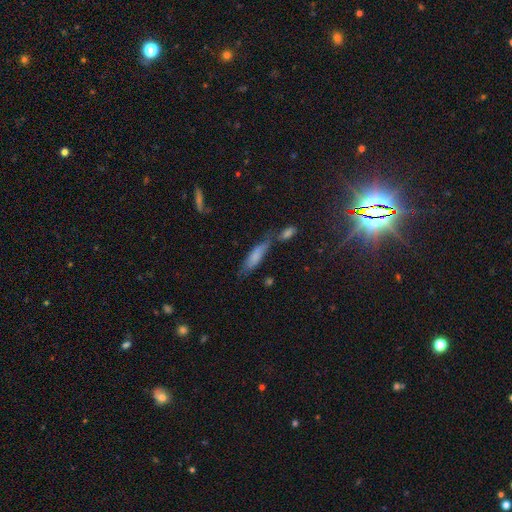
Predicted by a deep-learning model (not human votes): Smooth or featured: smooth — 70% (featured or disk — 21%)
How rounded: cigar-shaped — 60% (in between — 37%)
Merging: none — 46% (merger — 25%)